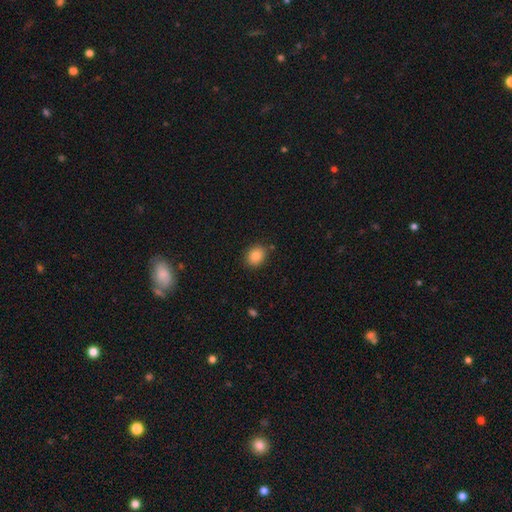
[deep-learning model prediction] A smooth galaxy with no disk features (84%) that is round (58%). Merging: none (86%).